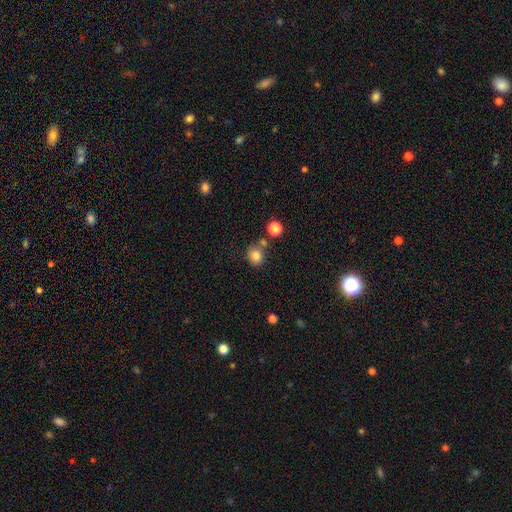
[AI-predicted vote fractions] Smooth or featured: smooth — 81% (star or artifact — 12%)
How rounded: round — 85% (in between — 14%)
Merging: none — 71% (merger — 16%)